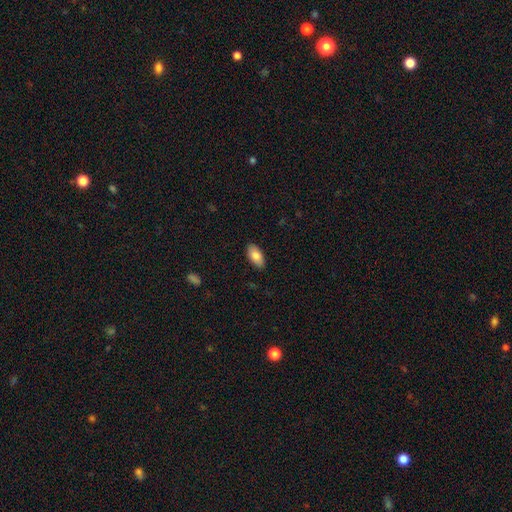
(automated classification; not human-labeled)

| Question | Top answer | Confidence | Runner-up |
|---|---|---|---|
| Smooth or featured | smooth | 83% | featured or disk (11%) |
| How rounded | in between | 94% | cigar-shaped (3%) |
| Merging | none | 88% | minor disturbance (9%) |